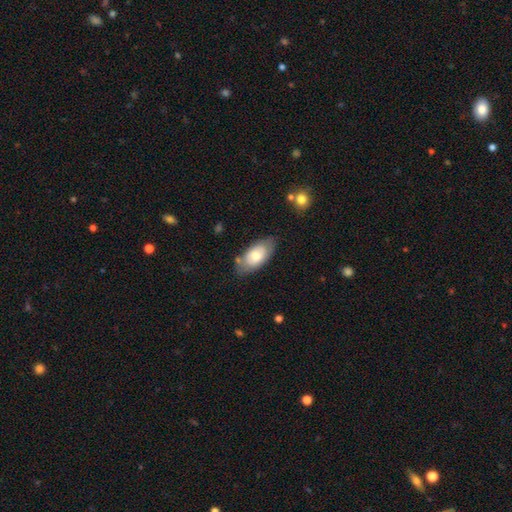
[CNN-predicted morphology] smooth-or-featured: smooth: 64% | featured or disk: 29% | star or artifact: 6%
  how-rounded: in between: 91% | cigar-shaped: 5% | round: 4%
  merging: none: 71% | minor disturbance: 20% | major disturbance: 5% | merger: 4%